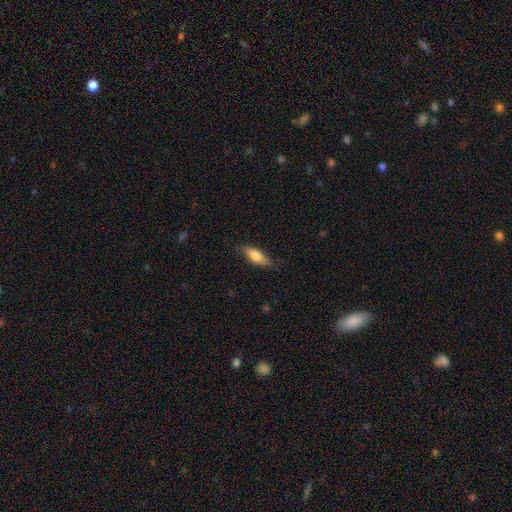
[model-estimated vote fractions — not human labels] This appears to be a smooth galaxy with no disk features (70%) that is in between round and cigar-shaped (63%). Merging: none (78%).